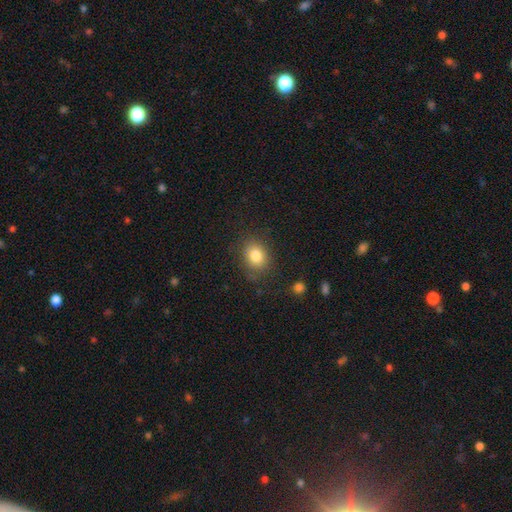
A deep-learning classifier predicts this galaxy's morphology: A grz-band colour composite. It shows a smooth galaxy with no disk features (82%) that is round (54%). Merging: none (81%).